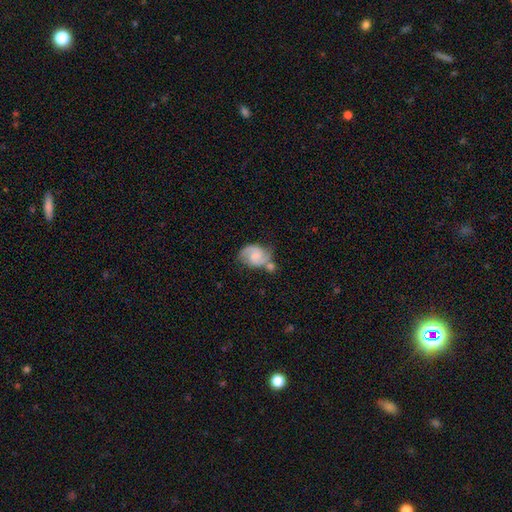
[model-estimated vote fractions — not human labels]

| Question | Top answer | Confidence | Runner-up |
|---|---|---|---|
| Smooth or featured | featured or disk | 77% | smooth (17%) |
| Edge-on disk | no | 98% | yes (2%) |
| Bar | no | 51% | weak (42%) |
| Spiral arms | yes | 96% | no (4%) |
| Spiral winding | medium | 54% | tight (28%) |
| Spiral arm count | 2 | 88% | can't tell (5%) |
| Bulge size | small | 47% | moderate (35%) |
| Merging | none | 50% | merger (24%) |